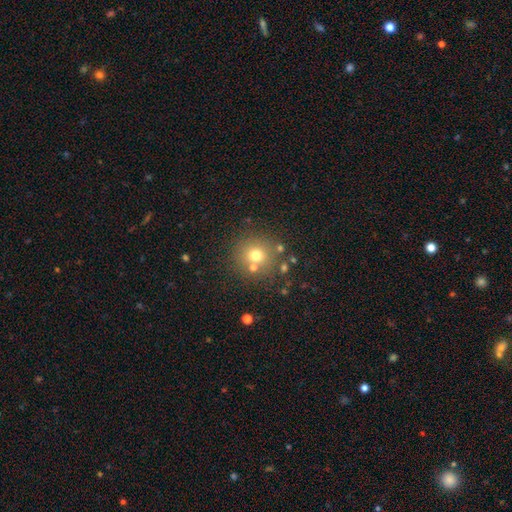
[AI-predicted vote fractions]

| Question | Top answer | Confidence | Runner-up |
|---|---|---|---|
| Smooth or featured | smooth | 70% | star or artifact (17%) |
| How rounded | round | 92% | in between (7%) |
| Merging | none | 75% | merger (12%) |